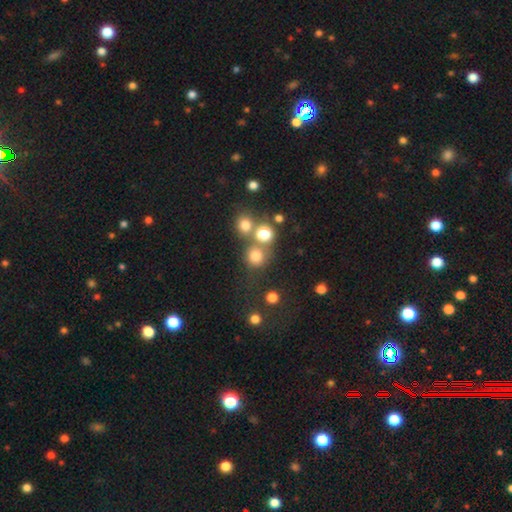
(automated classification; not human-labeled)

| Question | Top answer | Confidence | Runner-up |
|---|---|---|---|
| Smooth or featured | smooth | 75% | star or artifact (17%) |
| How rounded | round | 89% | in between (10%) |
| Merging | none | 64% | merger (23%) |